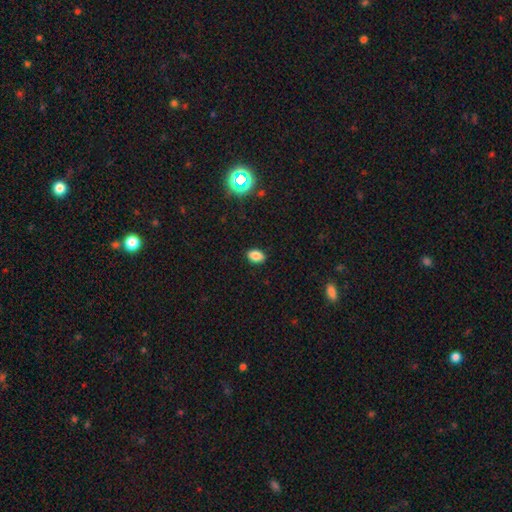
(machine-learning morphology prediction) type=smooth (82%); roundness=in between (85%); merging=none (89%).